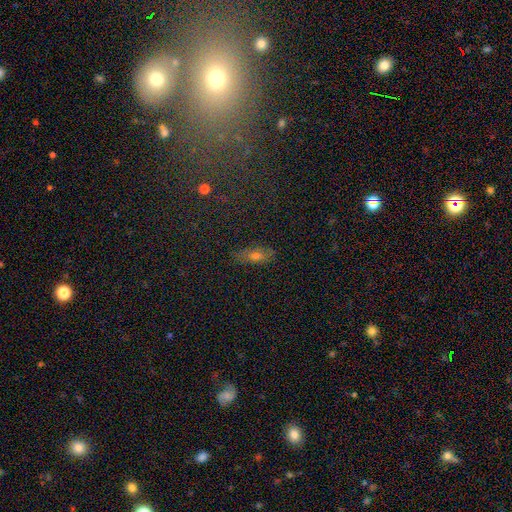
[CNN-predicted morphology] Smooth or featured?
  - smooth: 60% *
  - featured or disk: 22%
  - star or artifact: 17%
How rounded?
  - in between: 71% *
  - cigar-shaped: 24%
  - round: 5%
Merging?
  - none: 83% *
  - minor disturbance: 13%
  - major disturbance: 3%
  - merger: 1%